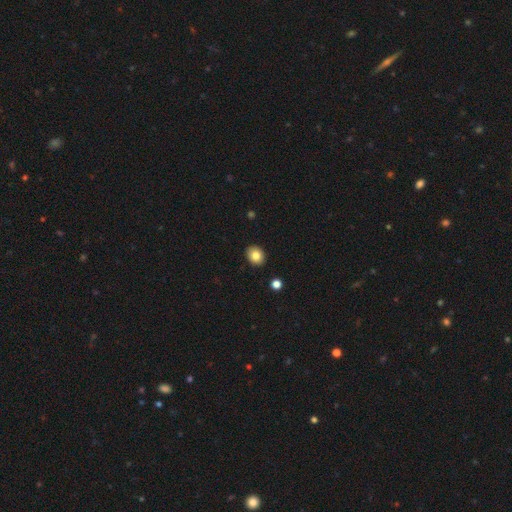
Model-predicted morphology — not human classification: A smooth galaxy with no disk features (83%) that is round (54%). Merging: none (91%).